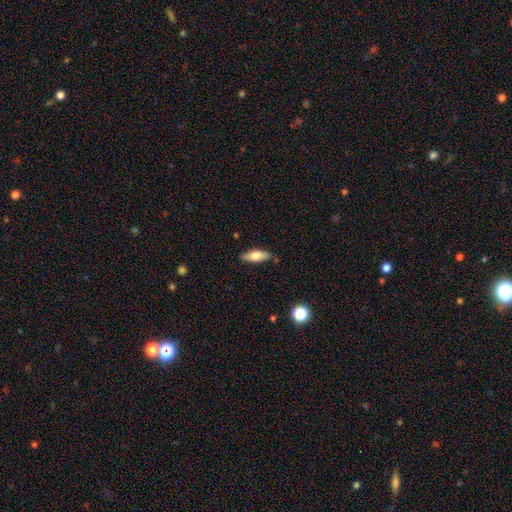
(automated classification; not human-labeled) Smooth or featured: smooth — 73% (featured or disk — 20%)
How rounded: in between — 69% (cigar-shaped — 29%)
Merging: none — 82% (minor disturbance — 14%)